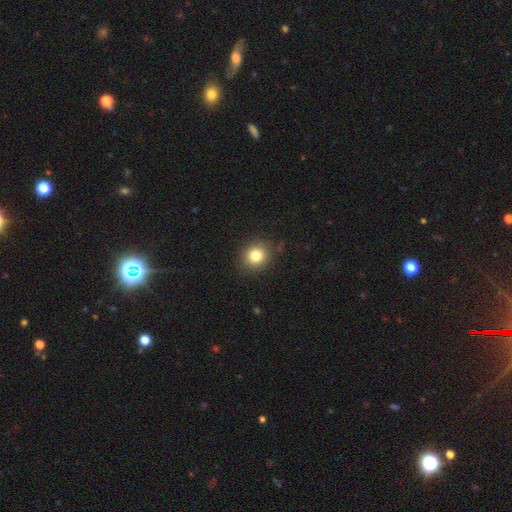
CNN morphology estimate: A smooth galaxy with no disk features (81%) that is round (83%). Merging: none (86%).